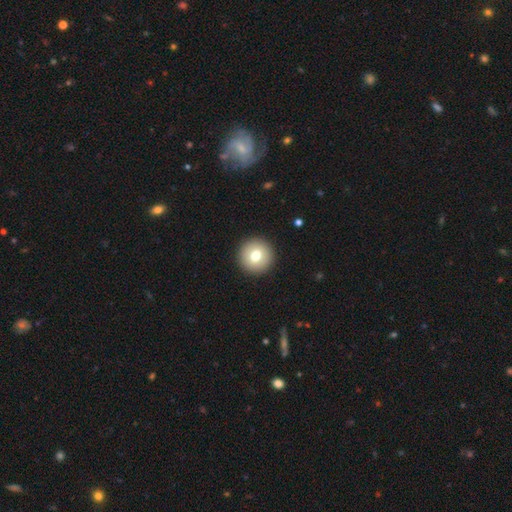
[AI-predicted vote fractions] Overall: smooth (75%). How rounded: round (96%). Merging: none (93%).